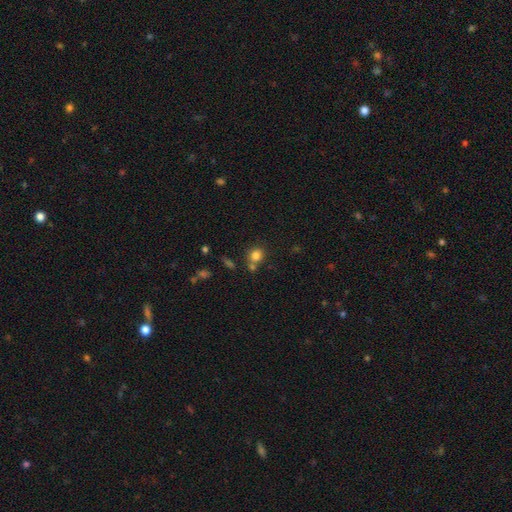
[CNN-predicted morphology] This is clearly a smooth galaxy (81%). How rounded: clearly round (81%). Merging: likely none (62%).